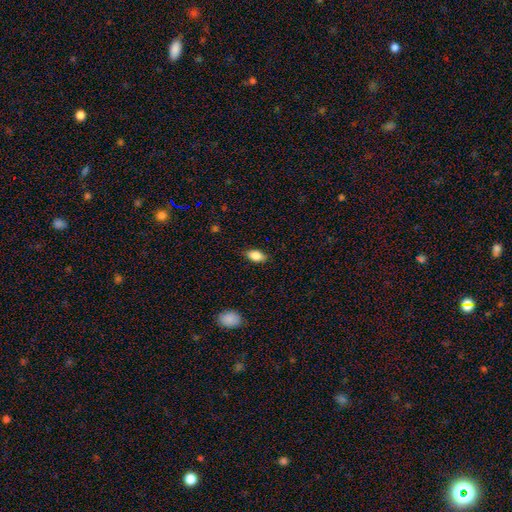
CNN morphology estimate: Q: Smooth or featured?
A: smooth (86%); runner-up: star or artifact (7%)
Q: How rounded?
A: in between (91%); runner-up: round (5%)
Q: Merging?
A: none (84%); runner-up: minor disturbance (13%)